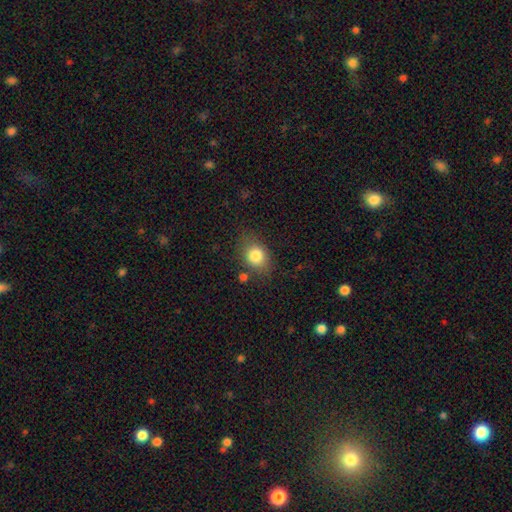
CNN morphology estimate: Smooth or featured?
  - smooth: 82% *
  - star or artifact: 10%
  - featured or disk: 9%
How rounded?
  - in between: 53% *
  - round: 46%
  - cigar-shaped: 1%
Merging?
  - none: 73% *
  - minor disturbance: 18%
  - major disturbance: 5%
  - merger: 4%